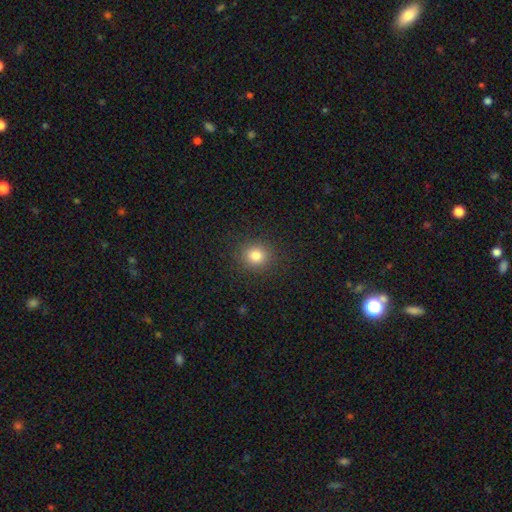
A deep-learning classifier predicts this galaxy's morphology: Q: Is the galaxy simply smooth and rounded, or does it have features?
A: smooth — 82%.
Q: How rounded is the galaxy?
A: round — 87%.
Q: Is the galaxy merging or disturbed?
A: none — 90%.